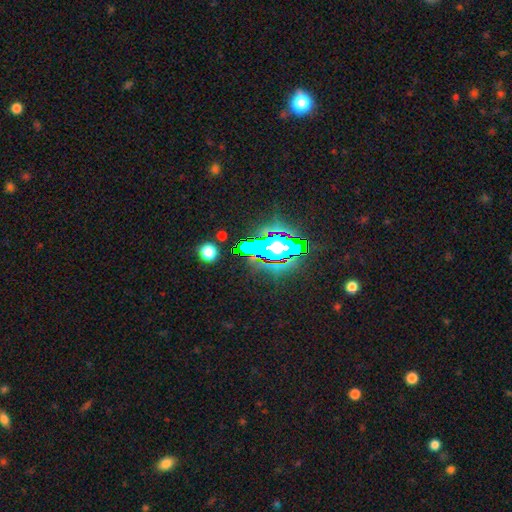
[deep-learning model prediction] This appears to be a star or artifact, not a galaxy (65%).